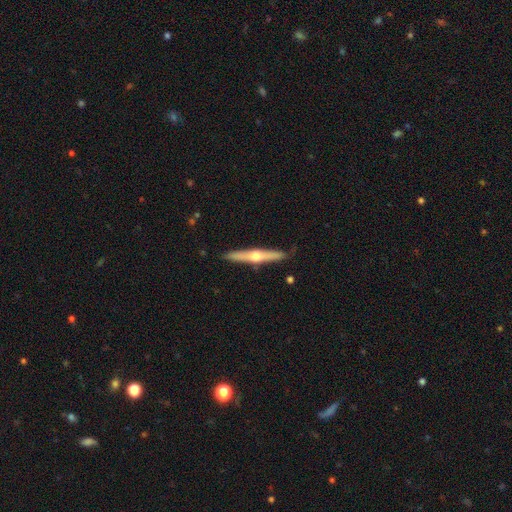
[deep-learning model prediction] featured or disk 66%, smooth 28%, star or artifact 5%. Down the decision tree: edge-on disk — yes (96%); edge-on bulge — rounded (92%); merging — none (89%).